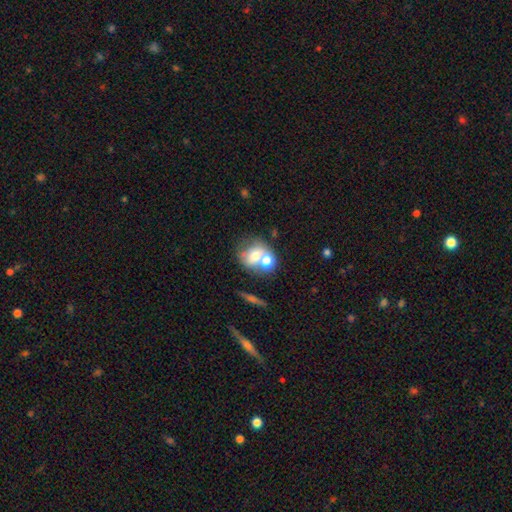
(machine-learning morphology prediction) smooth 63%, featured or disk 28%, star or artifact 9%. Down the decision tree: how rounded — round (58%); merging — merger (61%).